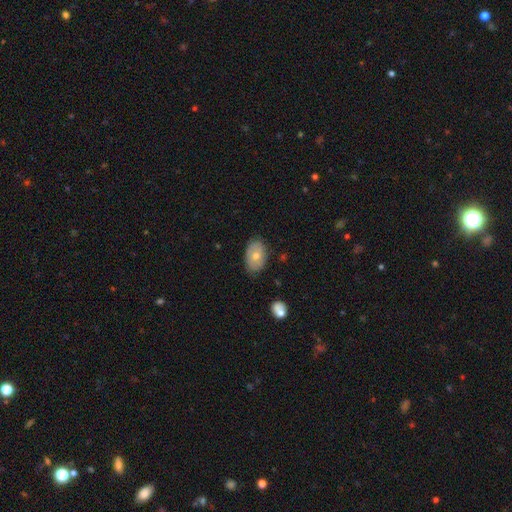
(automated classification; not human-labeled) Smooth or featured: smooth — 66% (featured or disk — 28%)
How rounded: in between — 89% (round — 10%)
Merging: none — 77% (minor disturbance — 18%)